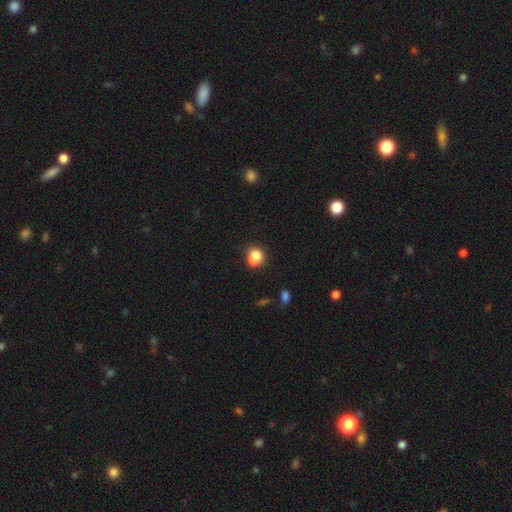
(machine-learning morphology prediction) smooth 74%, featured or disk 16%, star or artifact 11%. Down the decision tree: how rounded — round (64%); merging — merger (51%).